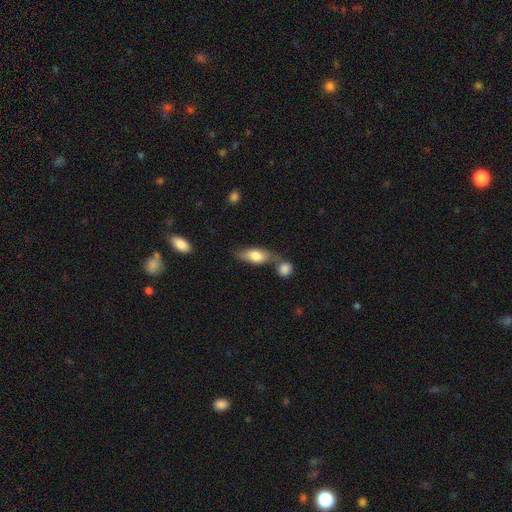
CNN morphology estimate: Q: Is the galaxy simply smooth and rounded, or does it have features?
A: smooth — 73%.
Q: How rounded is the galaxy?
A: in between — 77%.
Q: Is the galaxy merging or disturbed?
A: none — 48%.